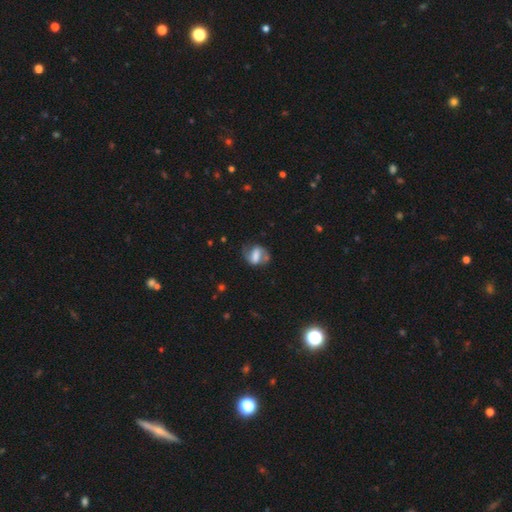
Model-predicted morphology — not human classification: smooth-or-featured: featured or disk: 58% | smooth: 34% | star or artifact: 8%
  disk-edge-on: no: 94% | yes: 6%
    bar: strong: 53% | weak: 31% | no: 17%
    has-spiral-arms: yes: 74% | no: 26%
    bulge-size: moderate: 29% | large: 27% | small: 20% | none: 19% | dominant: 5%
  merging: none: 59% | minor disturbance: 22% | major disturbance: 13% | merger: 5%